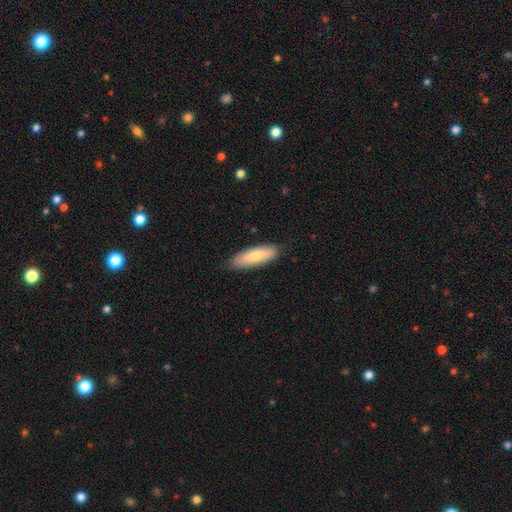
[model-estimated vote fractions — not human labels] smooth_or_featured: smooth (p=0.75) [alt: featured or disk p=0.19]
how_rounded: in between (p=0.52) [alt: cigar-shaped p=0.46]
merging: none (p=0.85) [alt: minor disturbance p=0.12]